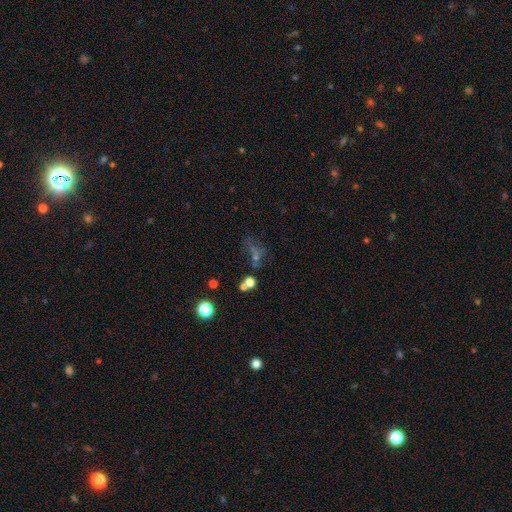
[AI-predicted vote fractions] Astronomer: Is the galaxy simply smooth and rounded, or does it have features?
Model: star or artifact — 43% (runner-up: smooth, 33%).